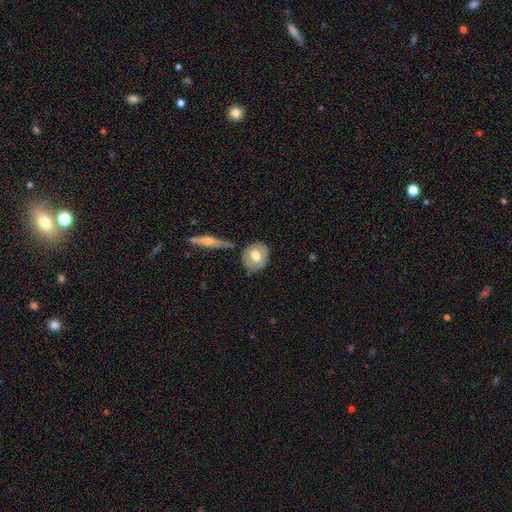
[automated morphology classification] Smooth or featured? smooth (56%)
How rounded? round (69%)
Merging? none (77%)